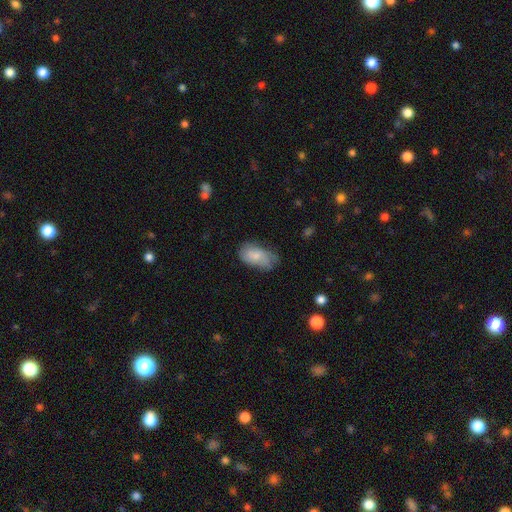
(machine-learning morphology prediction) The model was most divided on "merging": none: 44%, minor disturbance: 38%, major disturbance: 15%, merger: 3%. More confident: how rounded — in between (92%); smooth or featured — smooth (73%).